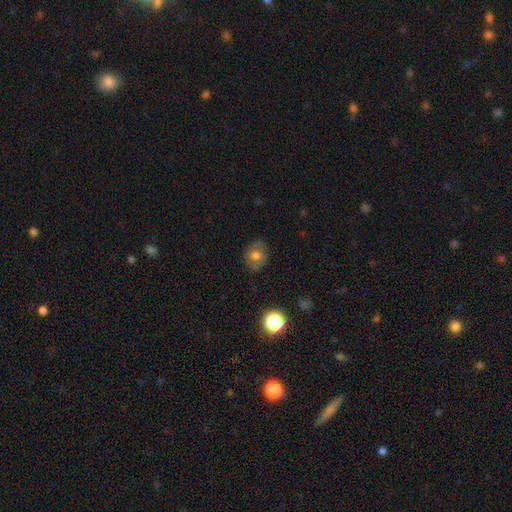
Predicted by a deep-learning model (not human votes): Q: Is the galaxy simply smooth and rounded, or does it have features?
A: smooth — 64%.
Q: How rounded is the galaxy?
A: round — 67%.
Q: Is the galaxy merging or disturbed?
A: none — 79%.